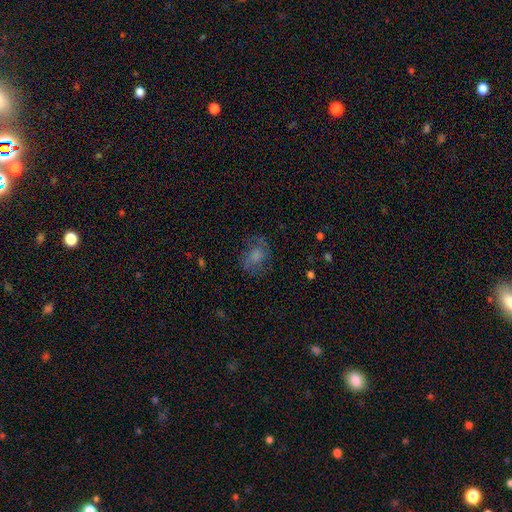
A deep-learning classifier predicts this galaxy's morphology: Smooth or featured: smooth — 52% (featured or disk — 35%)
How rounded: in between — 50% (round — 49%)
Merging: none — 60% (minor disturbance — 21%)